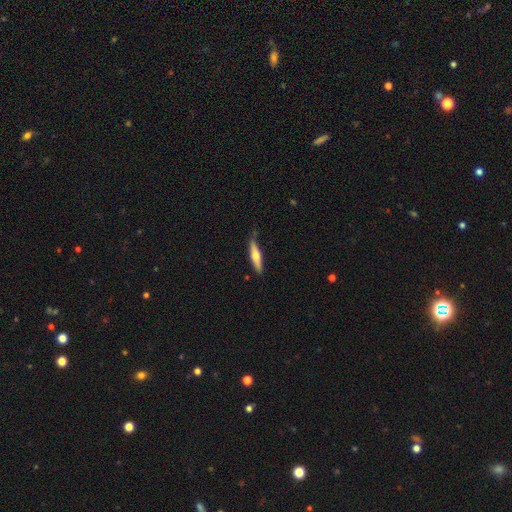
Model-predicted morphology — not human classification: This appears to be a smooth galaxy with no disk features (48%). Merging: none (74%).